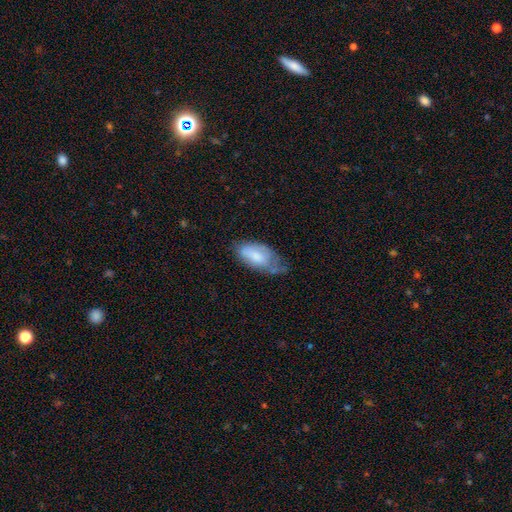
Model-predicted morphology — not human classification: smooth_or_featured: smooth (p=0.70) [alt: featured or disk p=0.24]
how_rounded: in between (p=0.92) [alt: cigar-shaped p=0.06]
merging: minor disturbance (p=0.43) [alt: none p=0.34]